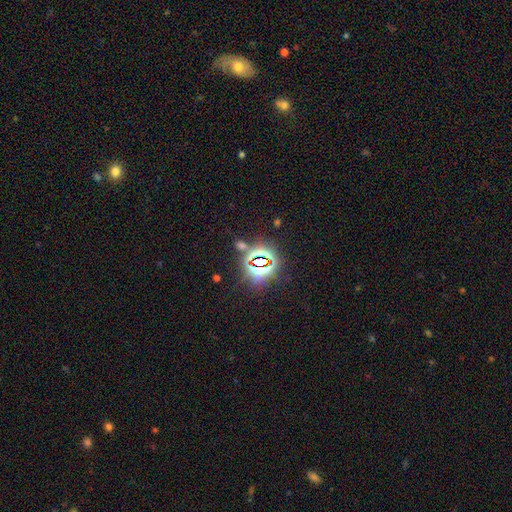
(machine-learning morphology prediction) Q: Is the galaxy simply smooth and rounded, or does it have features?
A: star or artifact — 82%.